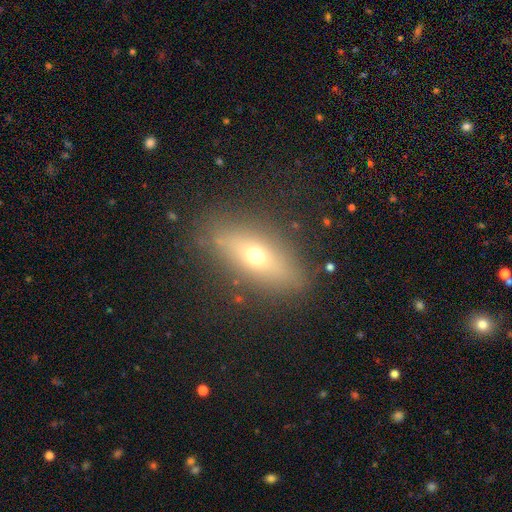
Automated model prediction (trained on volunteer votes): Overall: smooth (53%; featured or disk 36%). How rounded: in between (59%; cigar-shaped 34%). Merging: none (83%).